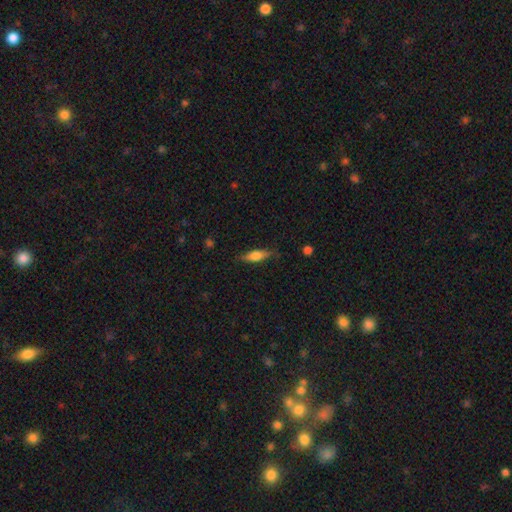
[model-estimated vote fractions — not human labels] Smooth or featured? smooth (62%)
How rounded? in between (49%)
Merging? none (76%)